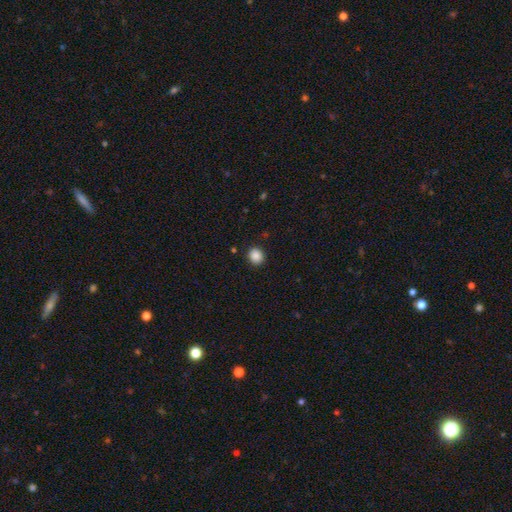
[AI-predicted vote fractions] Morphology: type=smooth (88%); roundness=round (78%); merging=none (90%).